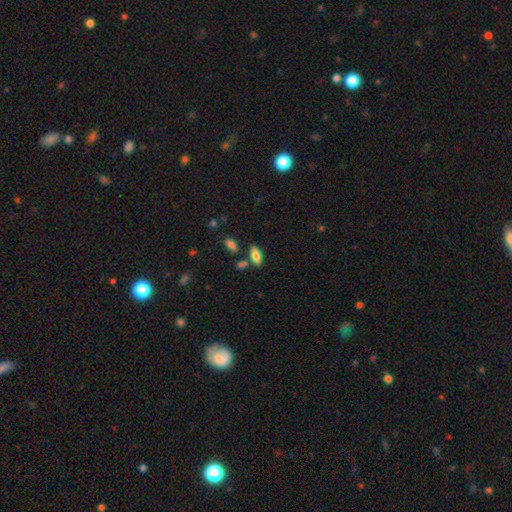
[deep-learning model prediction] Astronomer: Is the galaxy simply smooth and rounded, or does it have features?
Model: smooth — 73%.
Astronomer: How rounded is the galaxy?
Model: in between — 81%.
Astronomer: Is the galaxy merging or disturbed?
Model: none — 73%.